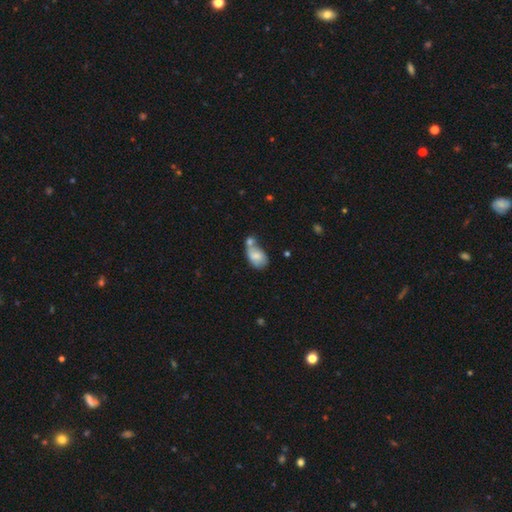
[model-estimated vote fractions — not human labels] Overall: smooth (69%). How rounded: in between (86%). Merging: merger (51%; none 23%).